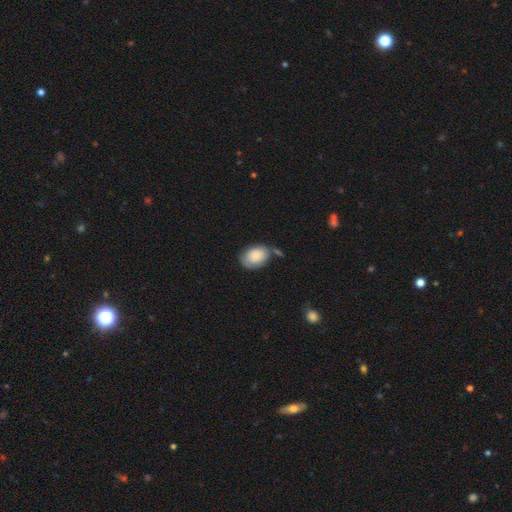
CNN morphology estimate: Smooth or featured? smooth (81%)
How rounded? in between (77%)
Merging? none (54%)